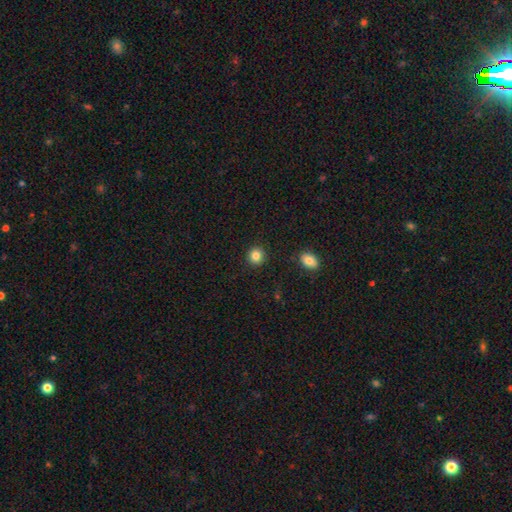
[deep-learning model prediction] A smooth galaxy with no disk features (85%) that is round (87%).

Vote fractions:
- Smooth or featured? smooth: 85% / star or artifact: 10% / featured or disk: 5%
- How rounded? round: 87% / in between: 12% / cigar-shaped: 1%
- Merging? none: 91% / minor disturbance: 5% / major disturbance: 2% / merger: 2%